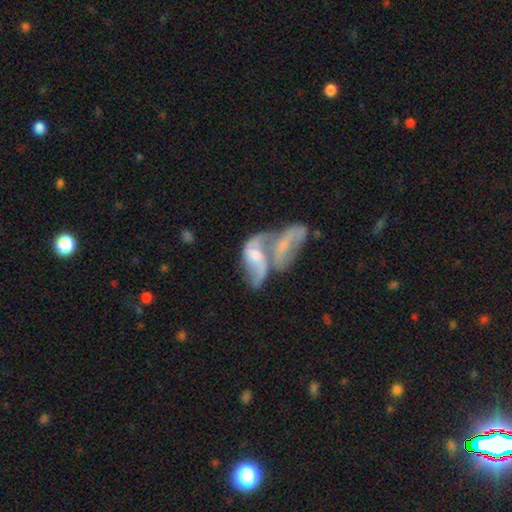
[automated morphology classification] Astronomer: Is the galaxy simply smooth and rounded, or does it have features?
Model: featured or disk — 67%.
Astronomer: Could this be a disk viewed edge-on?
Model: no — 94%.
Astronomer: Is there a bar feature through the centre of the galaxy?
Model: no — 57% (runner-up: weak, 33%).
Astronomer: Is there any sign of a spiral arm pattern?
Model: yes — 73%.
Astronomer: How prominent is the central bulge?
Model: moderate — 43% (runner-up: small, 36%).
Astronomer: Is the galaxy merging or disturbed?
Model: merger — 77%.